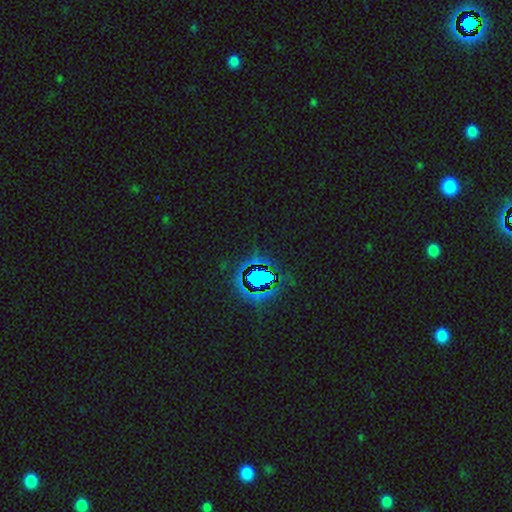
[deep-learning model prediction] star or artifact 78%, smooth 11%, featured or disk 10%.